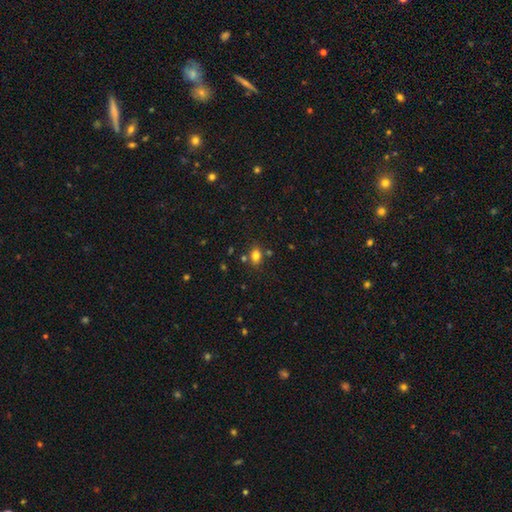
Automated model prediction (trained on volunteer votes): This is clearly a smooth galaxy (80%). How rounded: likely in between (69%). Merging: likely none (75%).